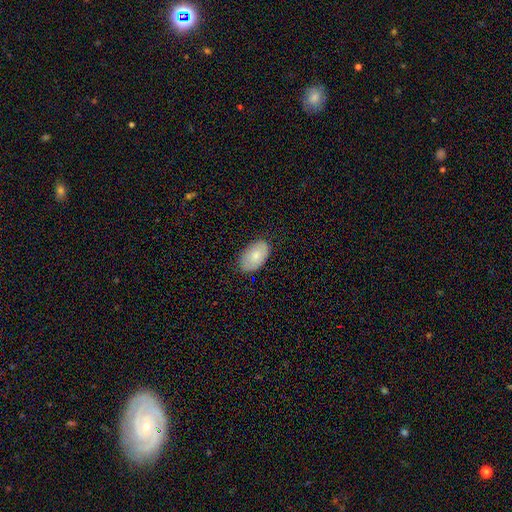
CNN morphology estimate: This appears to be a smooth galaxy with no disk features (80%) that is in between round and cigar-shaped (94%). Merging: none (83%).